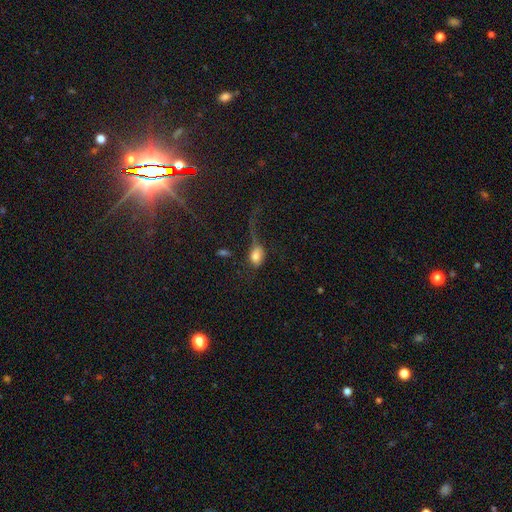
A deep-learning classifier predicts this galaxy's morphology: Smooth or featured: smooth — 72% (featured or disk — 18%)
How rounded: in between — 74% (round — 23%)
Merging: major disturbance — 52% (none — 23%)